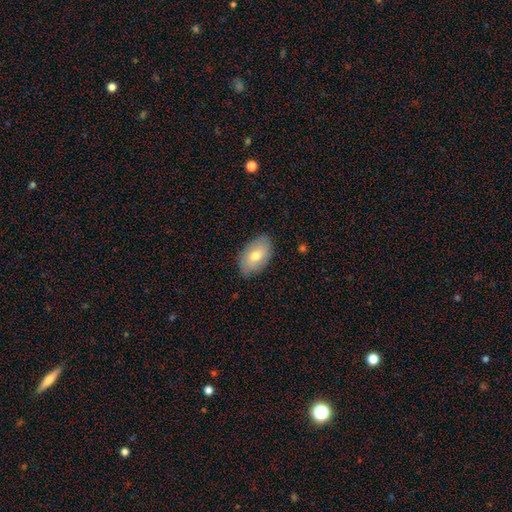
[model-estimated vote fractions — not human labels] smooth-or-featured: smooth: 73% | featured or disk: 21% | star or artifact: 7%
  how-rounded: in between: 93% | round: 6% | cigar-shaped: 1%
  merging: none: 85% | minor disturbance: 12% | major disturbance: 2% | merger: 1%